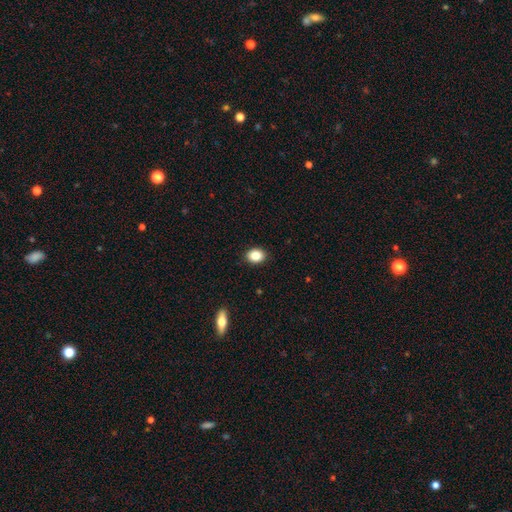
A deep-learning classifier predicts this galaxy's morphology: type=smooth (86%); roundness=in between (56%); merging=none (90%).